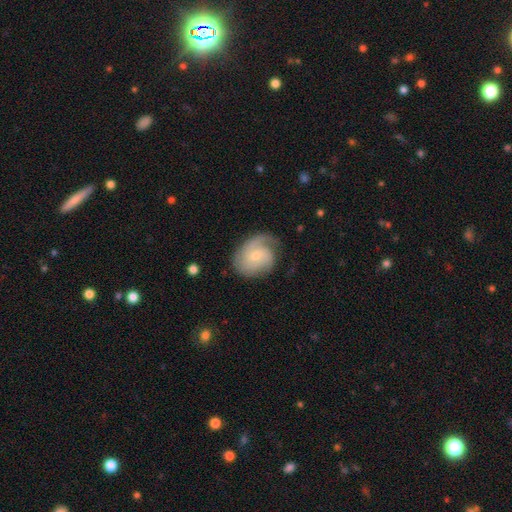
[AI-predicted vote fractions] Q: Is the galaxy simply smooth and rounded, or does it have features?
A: featured or disk — 72%.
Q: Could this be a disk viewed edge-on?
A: no — 98%.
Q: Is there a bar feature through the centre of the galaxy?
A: no — 57%.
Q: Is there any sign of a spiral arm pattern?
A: yes — 94%.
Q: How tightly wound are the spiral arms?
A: tight — 43%.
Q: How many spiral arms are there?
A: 2 — 32%.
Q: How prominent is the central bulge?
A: small — 60%.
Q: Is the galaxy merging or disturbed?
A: none — 63%.